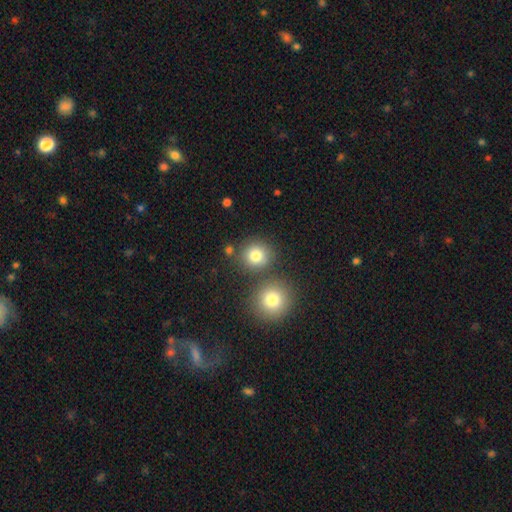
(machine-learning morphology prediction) A smooth galaxy with no disk features (81%) that is round (88%). Merging: none (72%).